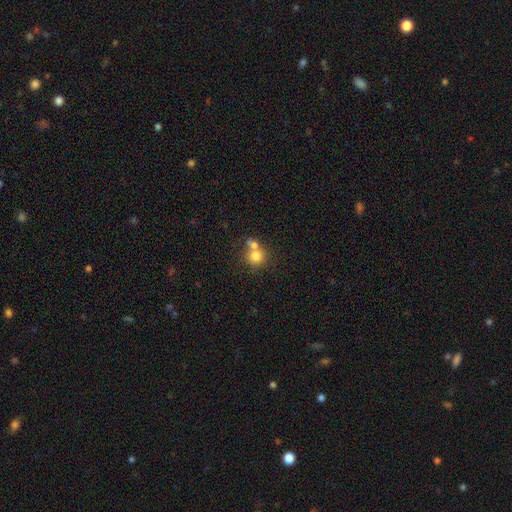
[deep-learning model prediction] Overall: smooth (77%). How rounded: round (84%). Merging: none (44%, tied with merger).